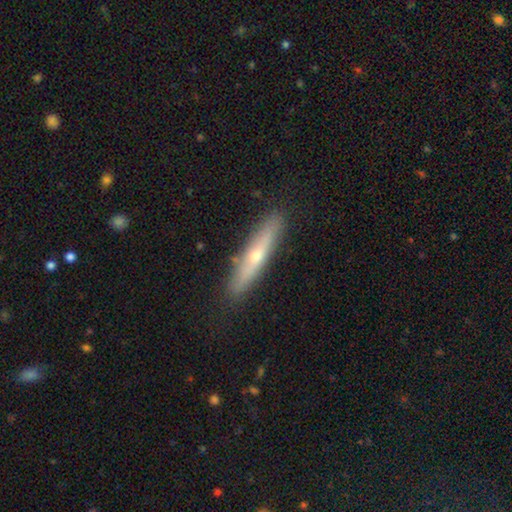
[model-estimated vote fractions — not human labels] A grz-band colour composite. It shows a featured or disk galaxy (53%) viewed edge-on (87%). Merging: none (87%).